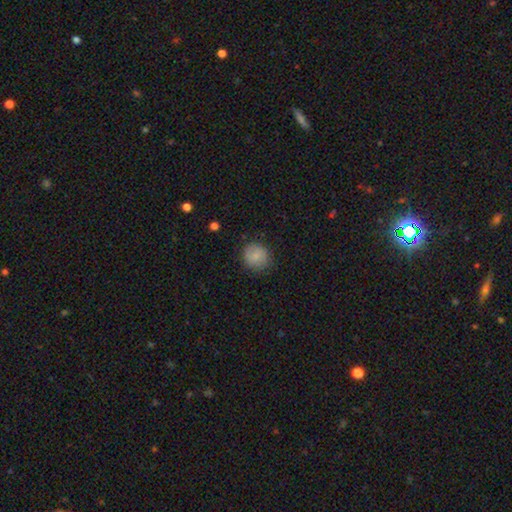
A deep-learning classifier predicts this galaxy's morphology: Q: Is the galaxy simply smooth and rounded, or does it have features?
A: smooth — 81%.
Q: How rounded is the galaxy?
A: round — 89%.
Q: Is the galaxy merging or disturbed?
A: none — 81%.